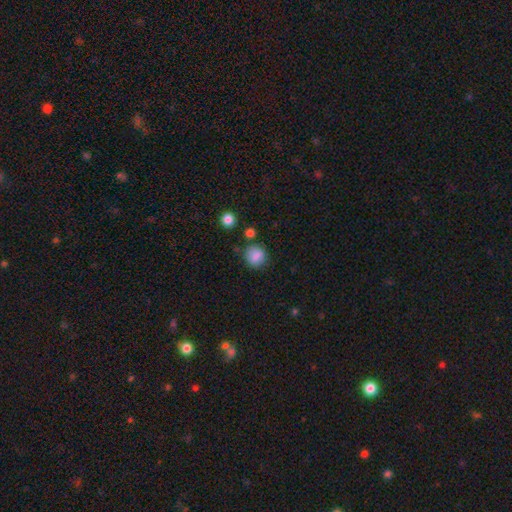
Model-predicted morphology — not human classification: A smooth galaxy with no disk features (85%) that is round (83%). Merging: none (78%).